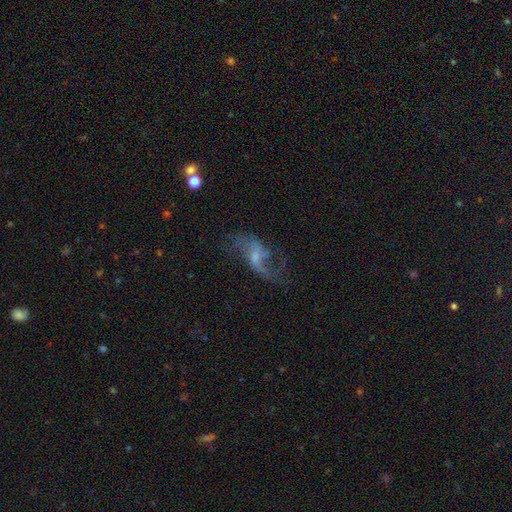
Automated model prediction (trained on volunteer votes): A featured or disk galaxy (76%) with a weak bar (46%), 2 (79%) loose (81%) spiral arms (85%) and a small central bulge (49%). Merging: none (50%).